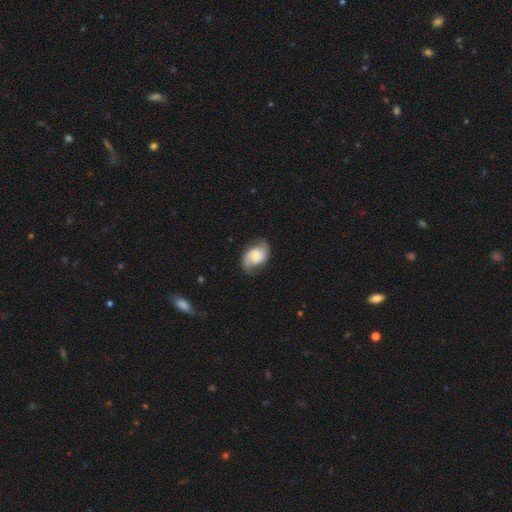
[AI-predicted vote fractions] Morphology: type=featured or disk (65%); edge-on=no (97%); bar=no (59%); spiral arms=yes (93%); winding=medium (43%); arm count=2 (89%); bulge=moderate (39%, tied with small); merging=none (75%).